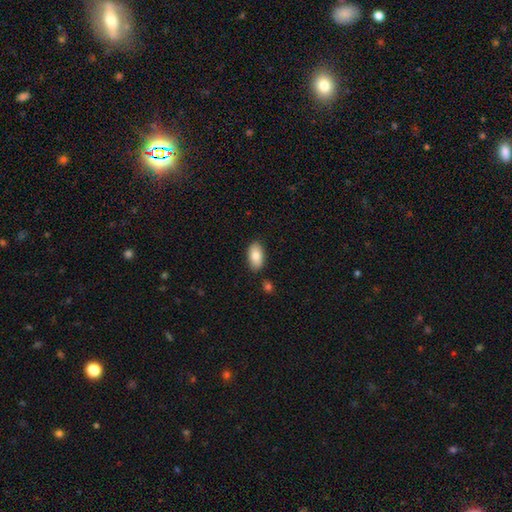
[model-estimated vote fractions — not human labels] This appears to be a smooth galaxy with no disk features (84%) that is in between round and cigar-shaped (94%). Merging: none (86%).